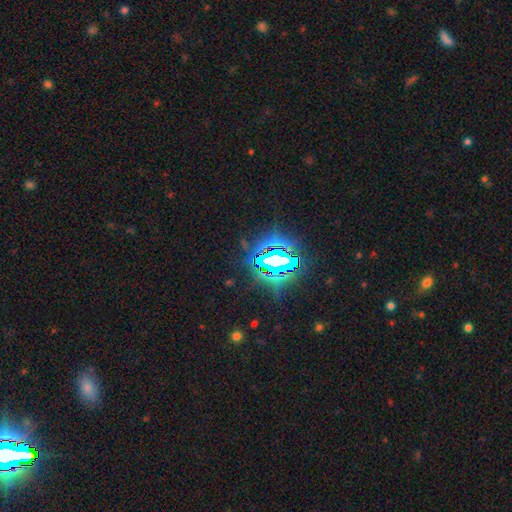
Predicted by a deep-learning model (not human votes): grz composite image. It shows a star or artifact, not a galaxy (84%).